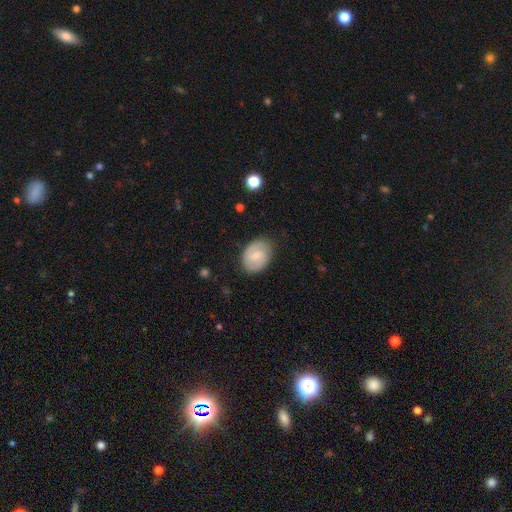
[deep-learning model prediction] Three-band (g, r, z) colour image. It shows a featured or disk galaxy (55%) with a weak bar (50%), spiral arms (87%) and a small central bulge (56%). Merging: none (79%).